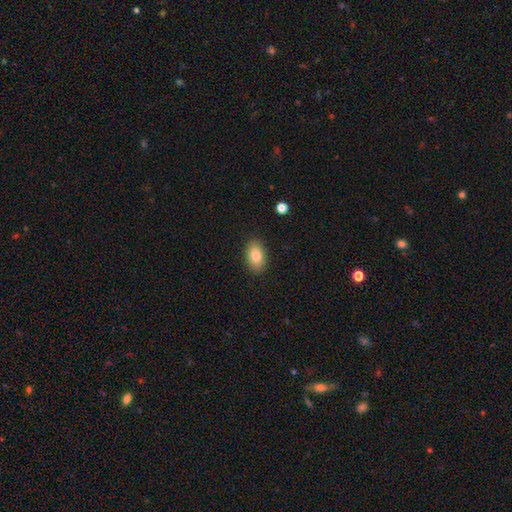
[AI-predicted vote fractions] Q: Smooth or featured?
A: smooth (83%); runner-up: featured or disk (10%)
Q: How rounded?
A: in between (91%); runner-up: round (7%)
Q: Merging?
A: none (88%); runner-up: minor disturbance (9%)